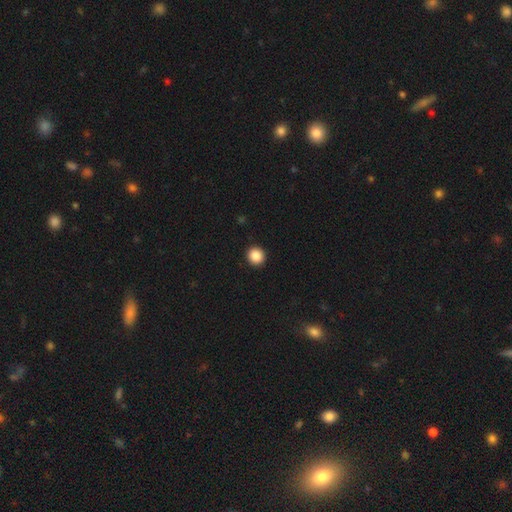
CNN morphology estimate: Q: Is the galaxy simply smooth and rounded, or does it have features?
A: smooth — 88%.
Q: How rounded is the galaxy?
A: round — 93%.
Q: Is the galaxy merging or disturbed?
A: none — 93%.